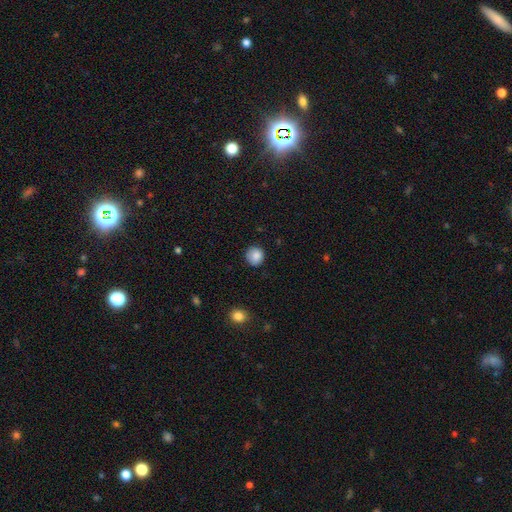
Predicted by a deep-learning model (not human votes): Smooth or featured?
  - smooth: 87% *
  - star or artifact: 9%
  - featured or disk: 5%
How rounded?
  - round: 90% *
  - in between: 9%
  - cigar-shaped: 1%
Merging?
  - none: 85% *
  - minor disturbance: 11%
  - major disturbance: 2%
  - merger: 1%